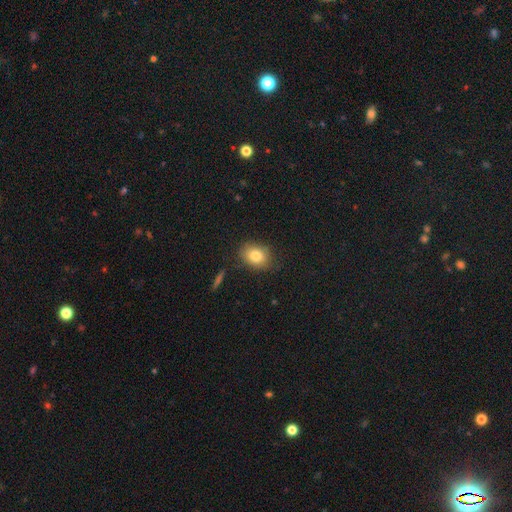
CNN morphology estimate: Smooth or featured: smooth — 81% (featured or disk — 10%)
How rounded: in between — 64% (round — 35%)
Merging: none — 81% (minor disturbance — 14%)